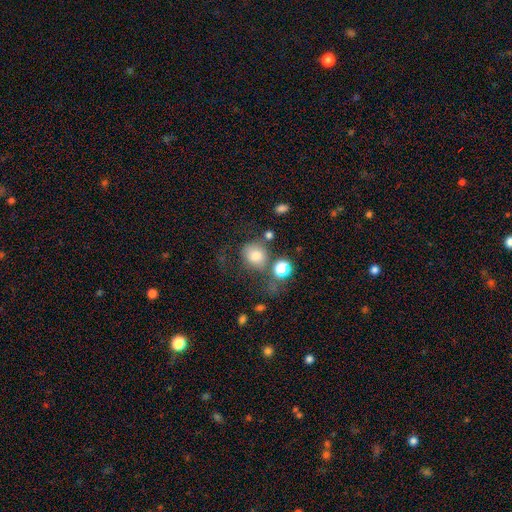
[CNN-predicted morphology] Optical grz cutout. It shows a smooth galaxy with no disk features (76%) that is round (74%). Merging: none (51%).